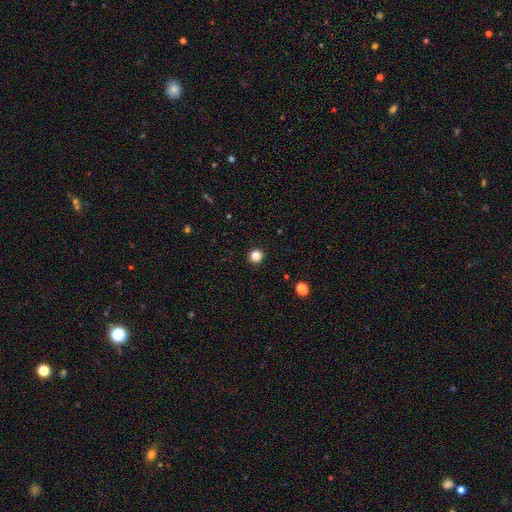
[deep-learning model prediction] Smooth or featured? Predicted: smooth (p=0.84). How rounded? Predicted: round (p=0.94). Merging? Predicted: none (p=0.93).